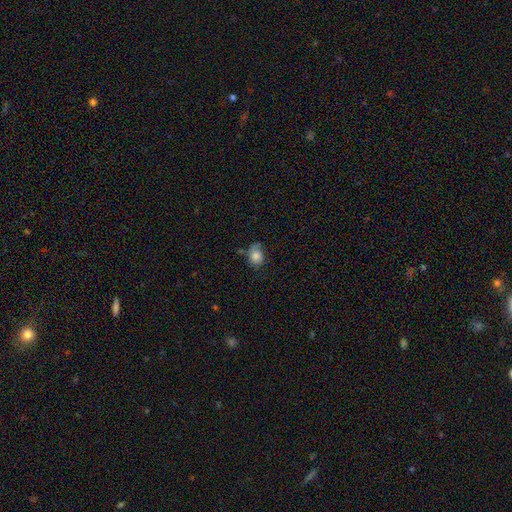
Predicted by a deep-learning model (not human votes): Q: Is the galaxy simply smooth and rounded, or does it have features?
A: smooth — 77%.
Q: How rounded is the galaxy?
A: in between — 56%.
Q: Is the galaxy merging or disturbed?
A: none — 50%.